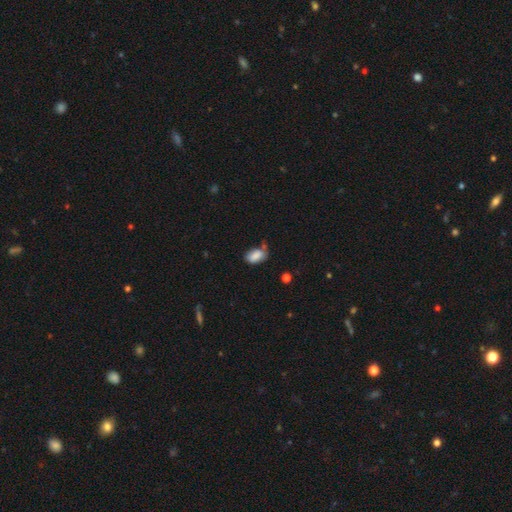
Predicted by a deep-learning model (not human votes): This is clearly a smooth galaxy (85%). How rounded: clearly in between (91%). Merging: possibly none (59%).